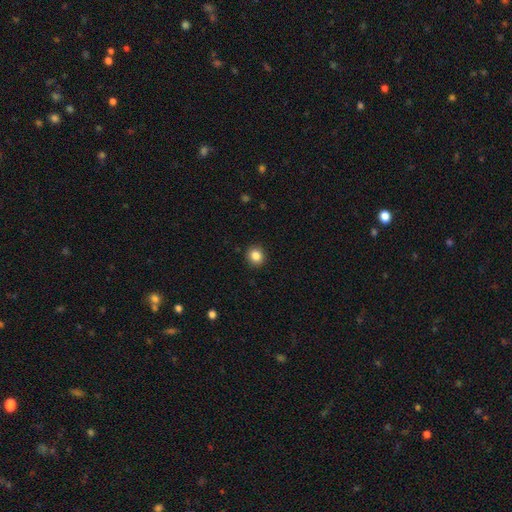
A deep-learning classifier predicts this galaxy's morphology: Smooth or featured: smooth — 85% (star or artifact — 10%)
How rounded: round — 90% (in between — 10%)
Merging: none — 92% (minor disturbance — 6%)